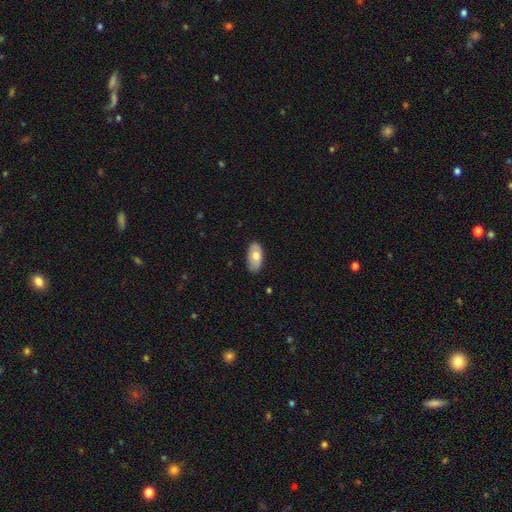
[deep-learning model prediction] Smooth or featured? Predicted: smooth (p=0.72). How rounded? Predicted: in between (p=0.94). Merging? Predicted: none (p=0.85).